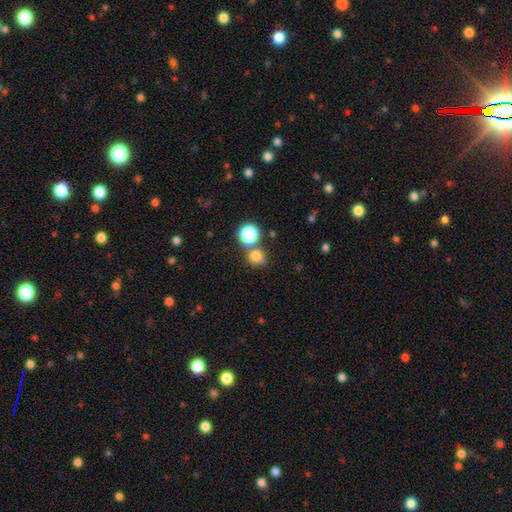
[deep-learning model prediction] Smooth or featured? smooth (74%)
How rounded? round (86%)
Merging? none (64%)